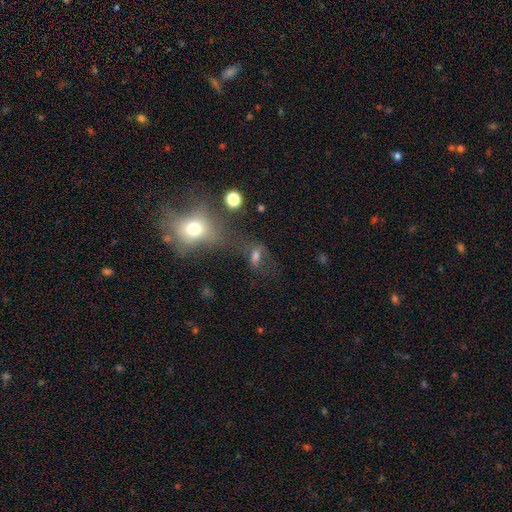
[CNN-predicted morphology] Smooth or featured? smooth (53%)
How rounded? in between (68%)
Merging? none (37%)